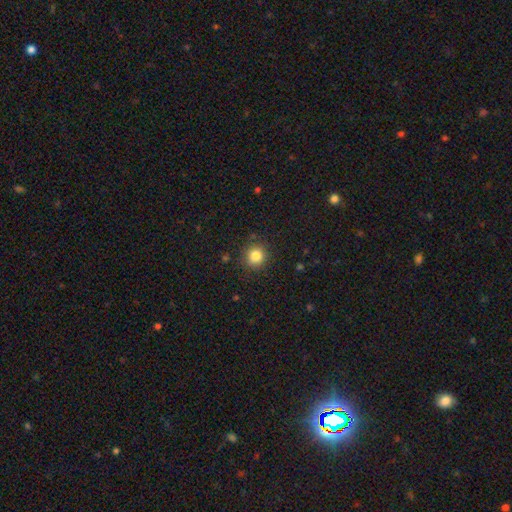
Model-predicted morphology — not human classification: Q: Smooth or featured?
A: smooth (83%); runner-up: star or artifact (12%)
Q: How rounded?
A: round (91%); runner-up: in between (8%)
Q: Merging?
A: none (89%); runner-up: minor disturbance (7%)